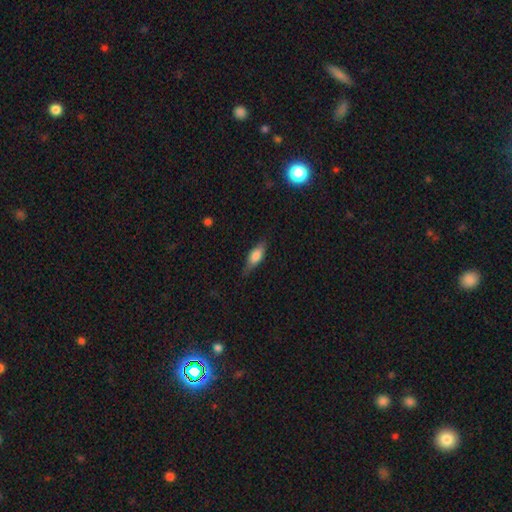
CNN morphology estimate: Smooth or featured? smooth (75%)
How rounded? in between (69%)
Merging? none (71%)